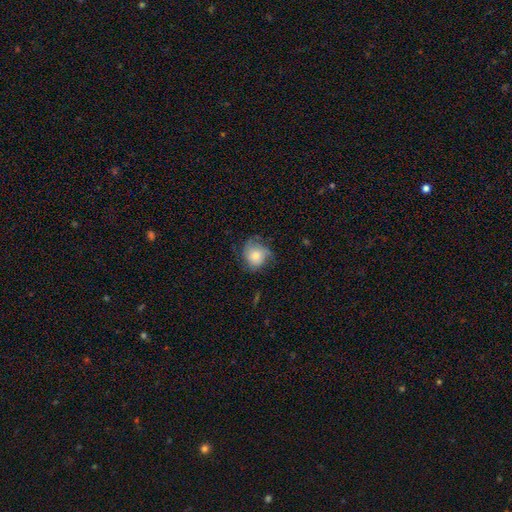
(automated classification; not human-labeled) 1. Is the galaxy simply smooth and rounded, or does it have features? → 63% smooth, 29% featured or disk, 8% star or artifact.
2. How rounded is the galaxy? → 75% round, 24% in between, 1% cigar-shaped.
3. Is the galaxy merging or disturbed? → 55% none, 29% minor disturbance, 14% major disturbance, 1% merger.